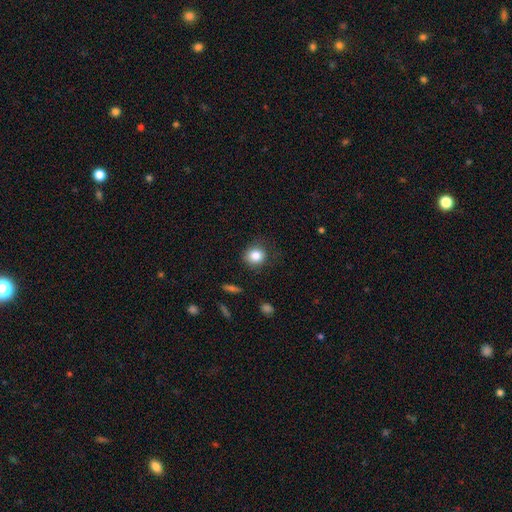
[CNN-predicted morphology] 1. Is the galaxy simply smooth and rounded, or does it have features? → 84% smooth, 10% star or artifact, 6% featured or disk.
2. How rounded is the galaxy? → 80% round, 19% in between, 1% cigar-shaped.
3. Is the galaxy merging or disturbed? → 80% none, 14% minor disturbance, 4% major disturbance, 1% merger.